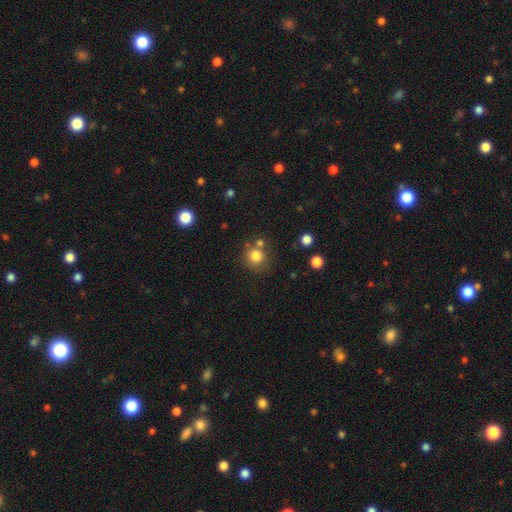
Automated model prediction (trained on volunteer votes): A smooth galaxy with no disk features (81%) that is round (90%).

Vote fractions:
- Smooth or featured? smooth: 81% / star or artifact: 12% / featured or disk: 7%
- How rounded? round: 90% / in between: 9% / cigar-shaped: 1%
- Merging? none: 71% / merger: 14% / minor disturbance: 11% / major disturbance: 4%